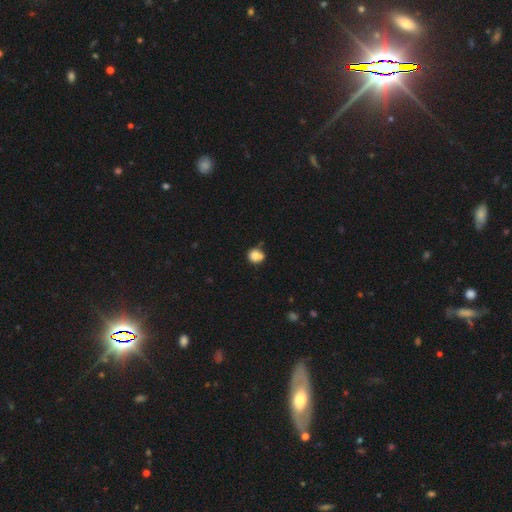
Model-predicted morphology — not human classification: Smooth or featured: smooth — 82% (star or artifact — 10%)
How rounded: round — 86% (in between — 13%)
Merging: none — 64% (minor disturbance — 20%)